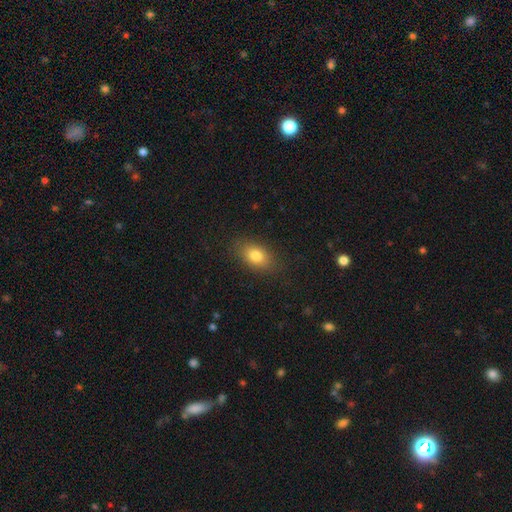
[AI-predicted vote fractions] Smooth or featured?
  - smooth: 81% *
  - featured or disk: 10%
  - star or artifact: 9%
How rounded?
  - in between: 84% *
  - round: 13%
  - cigar-shaped: 2%
Merging?
  - none: 85% *
  - minor disturbance: 11%
  - major disturbance: 3%
  - merger: 1%